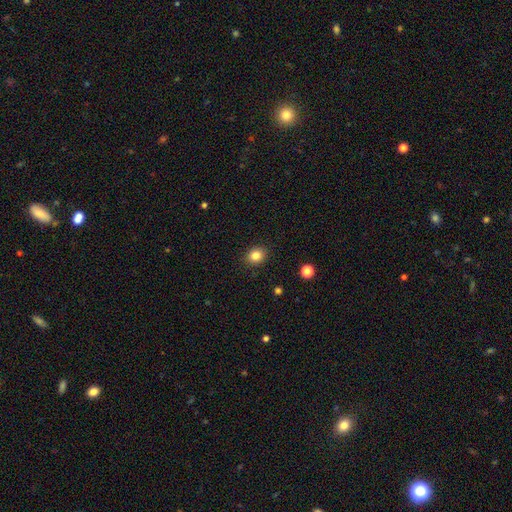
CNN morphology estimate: Q: Smooth or featured?
A: smooth (84%); runner-up: star or artifact (11%)
Q: How rounded?
A: round (71%); runner-up: in between (28%)
Q: Merging?
A: none (90%); runner-up: minor disturbance (7%)